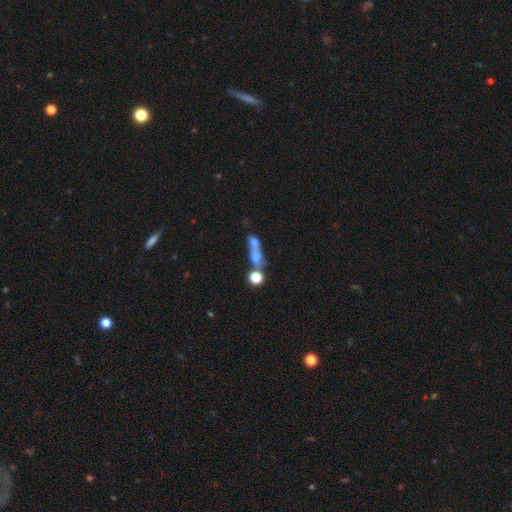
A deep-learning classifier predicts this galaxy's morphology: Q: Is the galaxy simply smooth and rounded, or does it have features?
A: smooth — 52%.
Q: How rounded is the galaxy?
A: cigar-shaped — 43%.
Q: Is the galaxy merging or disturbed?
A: merger — 41%.